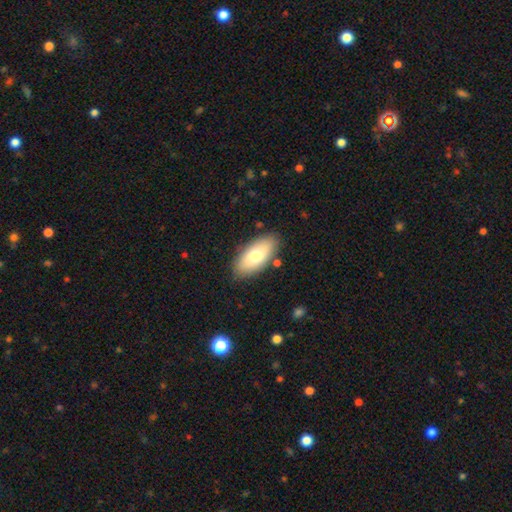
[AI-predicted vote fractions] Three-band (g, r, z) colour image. It shows a smooth galaxy with no disk features (72%) that is in between round and cigar-shaped (89%). Merging: none (82%).